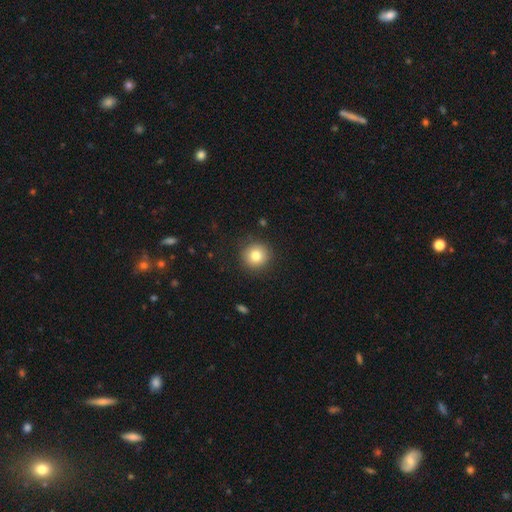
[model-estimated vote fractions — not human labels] This is clearly a smooth galaxy (80%). How rounded: clearly round (93%). Merging: clearly none (90%).